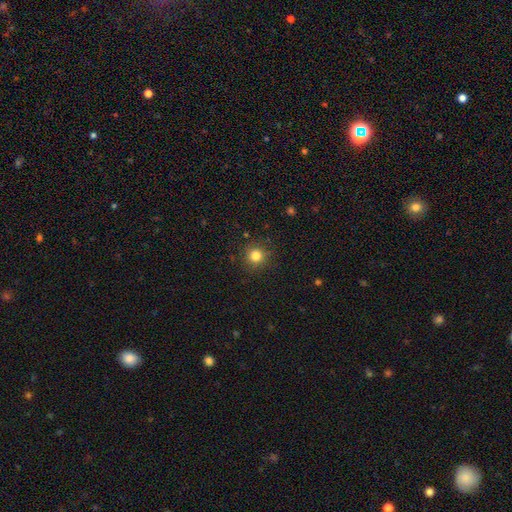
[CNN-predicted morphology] Overall: smooth (82%). How rounded: round (94%). Merging: none (89%).